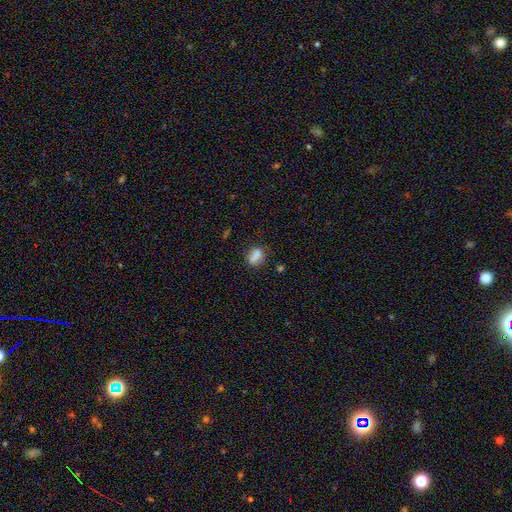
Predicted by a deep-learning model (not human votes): This appears to be a smooth galaxy with no disk features (80%) that is in between round and cigar-shaped (66%). Merging: none (65%).